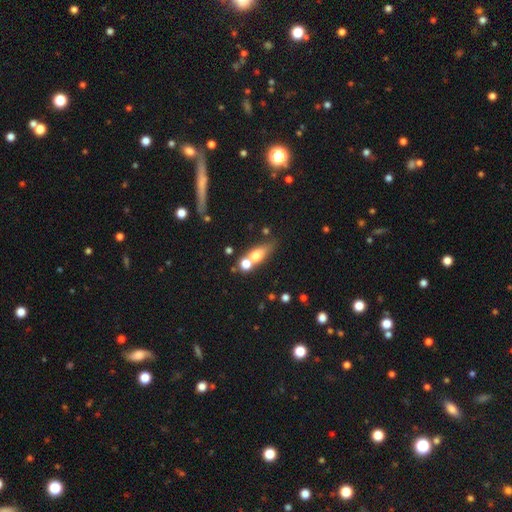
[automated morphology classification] smooth_or_featured: smooth (p=0.65) [alt: featured or disk p=0.23]
how_rounded: in between (p=0.52) [alt: cigar-shaped p=0.26]
merging: none (p=0.42) [alt: merger p=0.37]